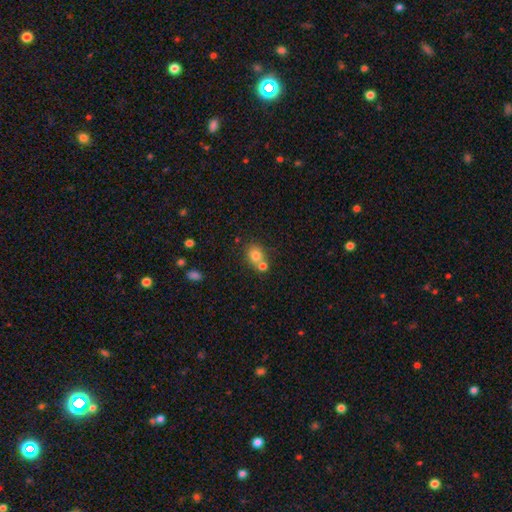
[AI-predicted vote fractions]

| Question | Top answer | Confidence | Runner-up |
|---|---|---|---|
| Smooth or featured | smooth | 78% | star or artifact (11%) |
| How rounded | round | 70% | in between (29%) |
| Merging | none | 50% | merger (38%) |